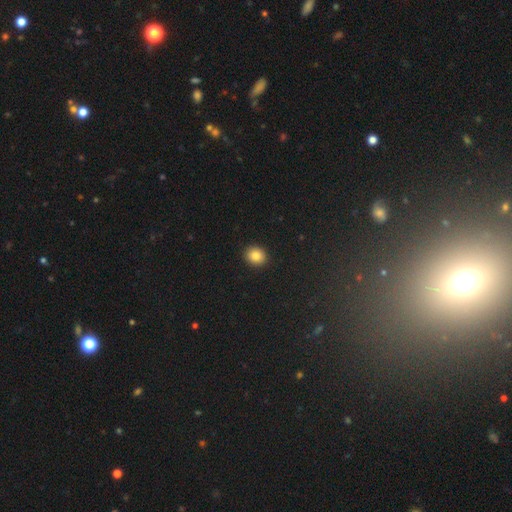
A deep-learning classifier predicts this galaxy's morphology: smooth 85%, star or artifact 10%, featured or disk 5%. Down the decision tree: how rounded — round (74%); merging — none (92%).